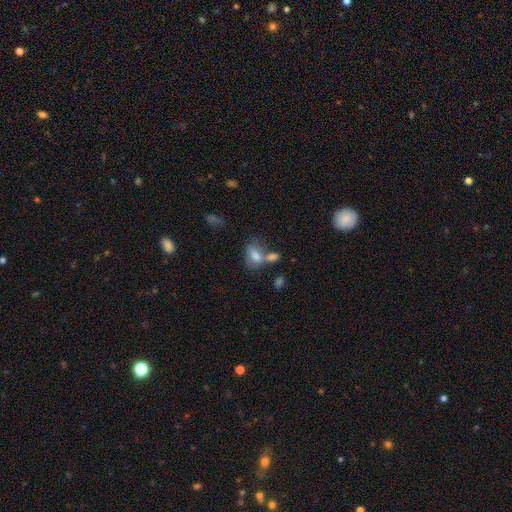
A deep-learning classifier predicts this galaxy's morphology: smooth-or-featured: smooth: 73% | featured or disk: 17% | star or artifact: 10%
  how-rounded: in between: 86% | round: 11% | cigar-shaped: 3%
  merging: merger: 38% | none: 35% | minor disturbance: 17% | major disturbance: 11%